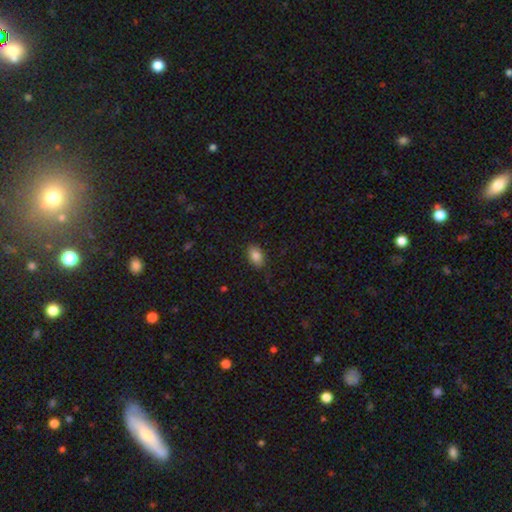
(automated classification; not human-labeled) A smooth galaxy with no disk features (86%) that is in between round and cigar-shaped (89%). Merging: none (86%).